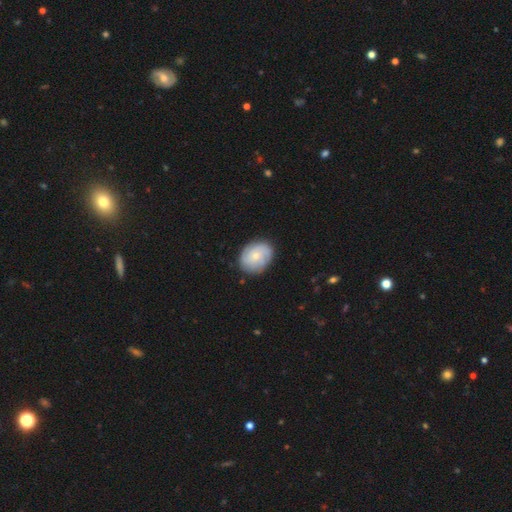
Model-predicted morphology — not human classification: smooth-or-featured: smooth: 52% | featured or disk: 41% | star or artifact: 6%
  how-rounded: in between: 53% | round: 46% | cigar-shaped: 1%
  merging: none: 82% | minor disturbance: 14% | major disturbance: 3% | merger: 1%